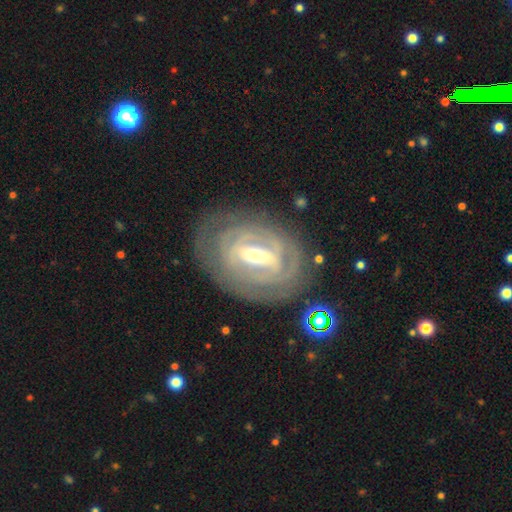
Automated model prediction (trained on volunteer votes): A featured or disk galaxy (85%) with a strong bar (57%), tight (78%) spiral arms (87%) and a moderate central bulge (52%).

Vote fractions:
- Smooth or featured? featured or disk: 85% / smooth: 9% / star or artifact: 5%
- Edge-on disk? no: 95% / yes: 5%
- Bar? strong: 57% / weak: 32% / no: 12%
- Spiral arms? yes: 87% / no: 13%
- Spiral winding? tight: 78% / medium: 17% / loose: 5%
- Spiral arm count? can't tell: 40% / 2: 27% / 3: 14% / 4: 9% / 1: 5% / more than 4: 5%
- Bulge size? moderate: 52% / small: 39% / large: 6% / none: 1% / dominant: 1%
- Merging? none: 75% / minor disturbance: 15% / major disturbance: 7% / merger: 2%